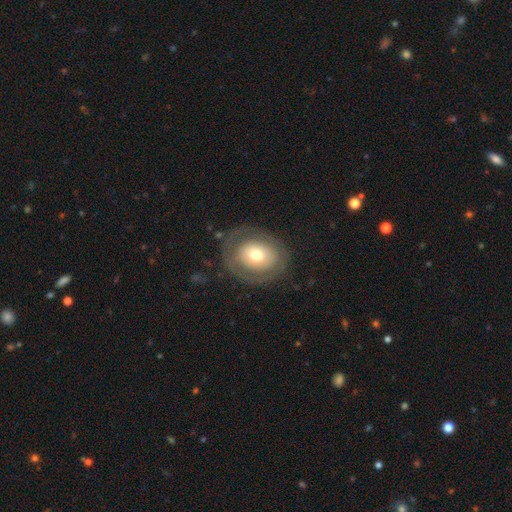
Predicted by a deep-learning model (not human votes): Smooth or featured? smooth (51%)
How rounded? round (58%)
Merging? none (74%)